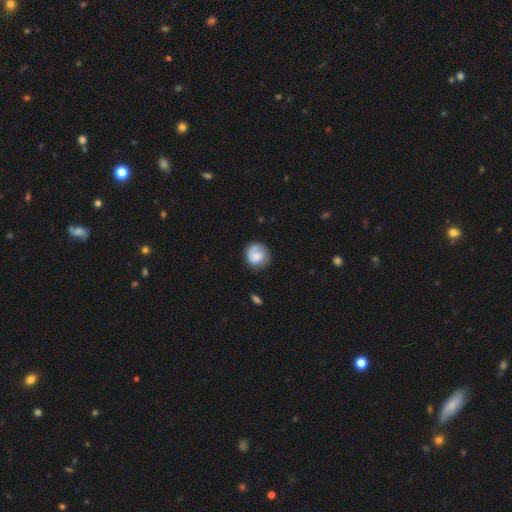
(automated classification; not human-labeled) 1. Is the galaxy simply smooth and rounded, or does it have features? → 68% smooth, 25% featured or disk, 7% star or artifact.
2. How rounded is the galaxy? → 87% round, 12% in between, 1% cigar-shaped.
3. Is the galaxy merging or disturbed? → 71% none, 19% minor disturbance, 8% major disturbance, 2% merger.